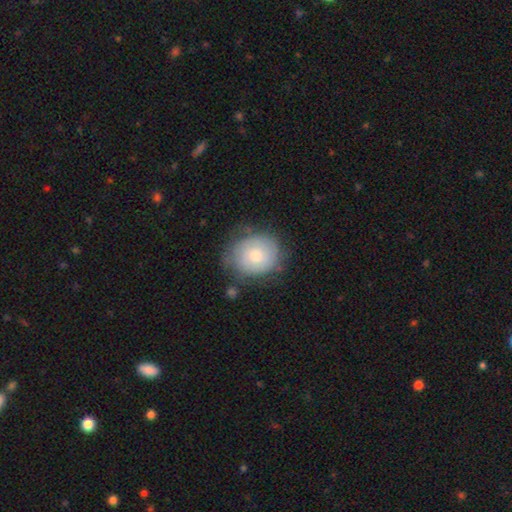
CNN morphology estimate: smooth_or_featured: smooth (p=0.61) [alt: featured or disk p=0.31]
how_rounded: round (p=0.68) [alt: in between p=0.31]
merging: none (p=0.68) [alt: minor disturbance p=0.23]